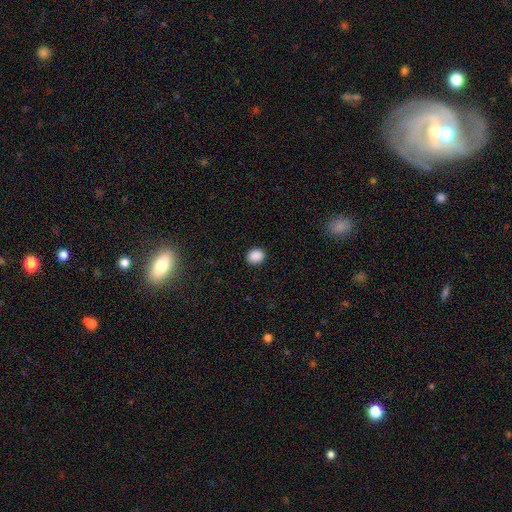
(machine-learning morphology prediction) Smooth or featured? smooth (89%)
How rounded? round (55%)
Merging? none (89%)